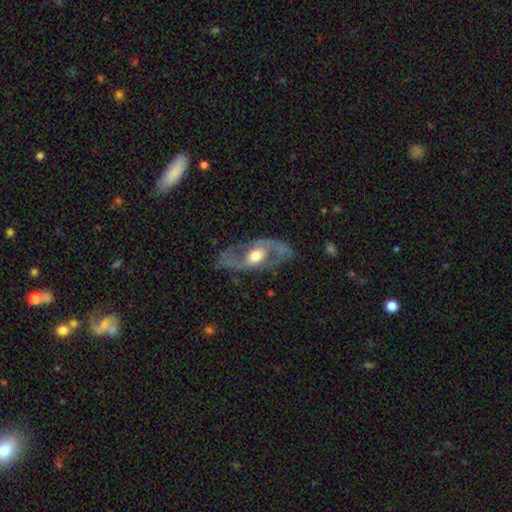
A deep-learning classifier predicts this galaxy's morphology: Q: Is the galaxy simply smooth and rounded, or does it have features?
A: featured or disk — 81%.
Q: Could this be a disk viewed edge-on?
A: no — 91%.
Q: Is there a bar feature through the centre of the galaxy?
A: no — 57%.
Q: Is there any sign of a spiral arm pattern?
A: yes — 76%.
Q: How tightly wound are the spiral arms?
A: medium — 49%.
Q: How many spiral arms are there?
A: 2 — 87%.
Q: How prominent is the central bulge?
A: moderate — 61%.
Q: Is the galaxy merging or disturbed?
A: none — 72%.